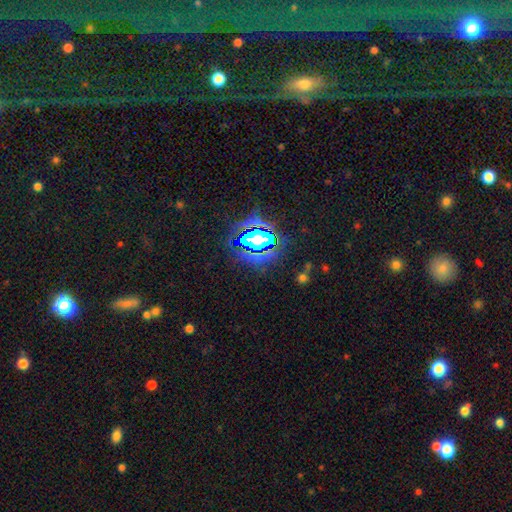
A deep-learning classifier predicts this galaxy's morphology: This is likely a star or artifact rather than a galaxy (77%).